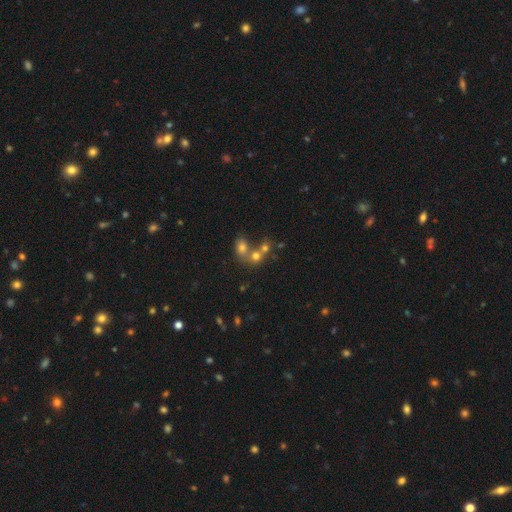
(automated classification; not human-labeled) The model was most divided on "merging": merger: 59%, none: 30%, minor disturbance: 6%, major disturbance: 4%. More confident: how rounded — round (67%); smooth or featured — smooth (65%).